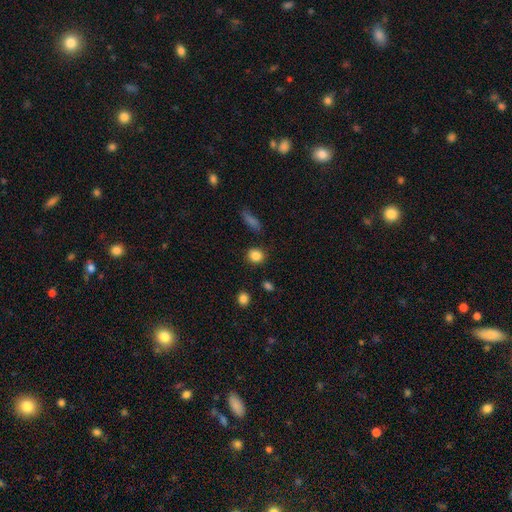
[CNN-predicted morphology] This appears to be a smooth galaxy with no disk features (85%) that is round (76%). Merging: none (86%).